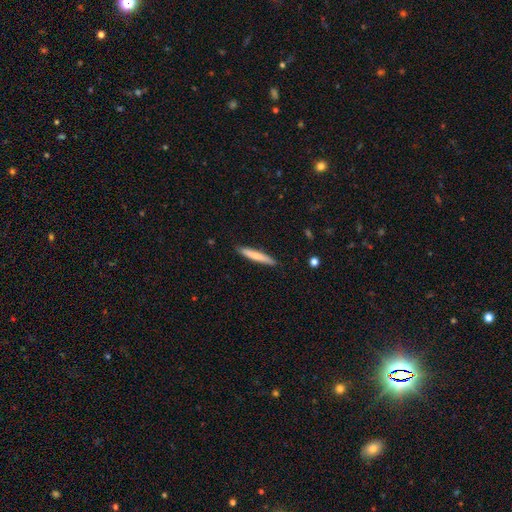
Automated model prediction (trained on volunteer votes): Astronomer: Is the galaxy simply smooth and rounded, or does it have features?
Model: smooth — 72%.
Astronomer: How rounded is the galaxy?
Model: cigar-shaped — 94%.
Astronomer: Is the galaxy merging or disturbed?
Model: none — 89%.